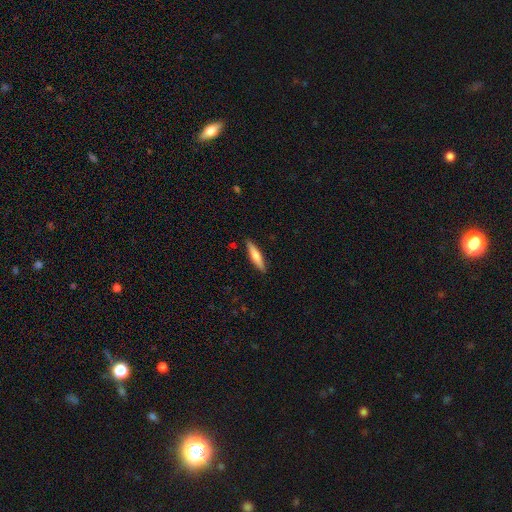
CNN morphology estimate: A smooth galaxy with no disk features (59%) that is cigar-shaped (84%). Merging: none (89%).